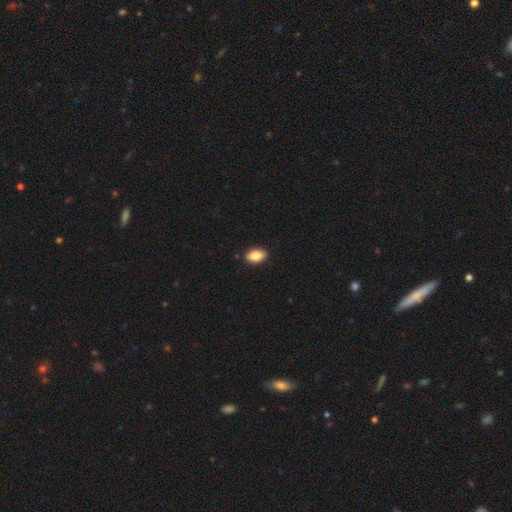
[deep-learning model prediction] Overall: smooth (83%). How rounded: in between (89%). Merging: none (88%).